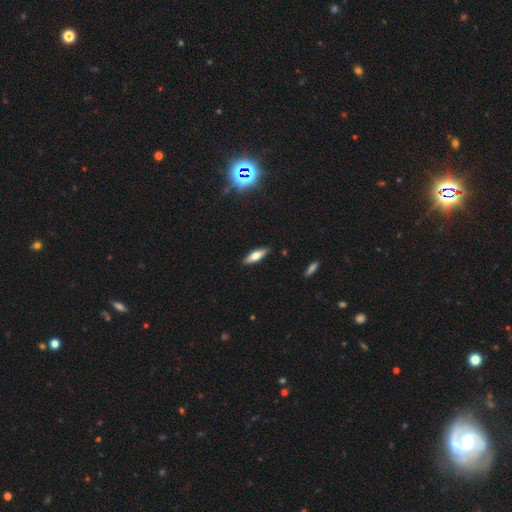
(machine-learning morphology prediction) Smooth or featured?
  - smooth: 61% *
  - featured or disk: 31%
  - star or artifact: 8%
How rounded?
  - cigar-shaped: 50% *
  - in between: 48%
  - round: 2%
Merging?
  - none: 89% *
  - minor disturbance: 8%
  - major disturbance: 2%
  - merger: 1%